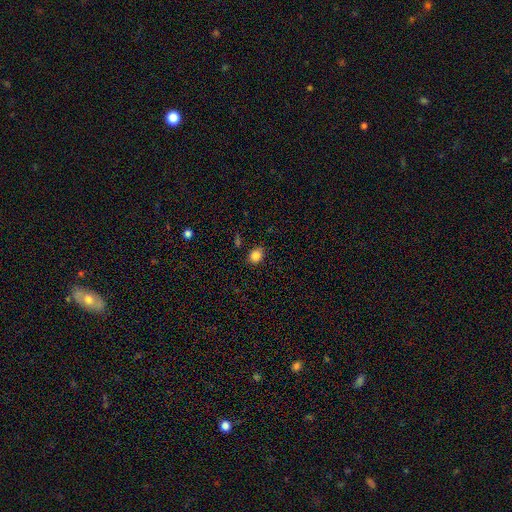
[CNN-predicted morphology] smooth_or_featured: smooth (p=0.85) [alt: star or artifact p=0.11]
how_rounded: round (p=0.60) [alt: in between p=0.39]
merging: none (p=0.82) [alt: minor disturbance p=0.13]